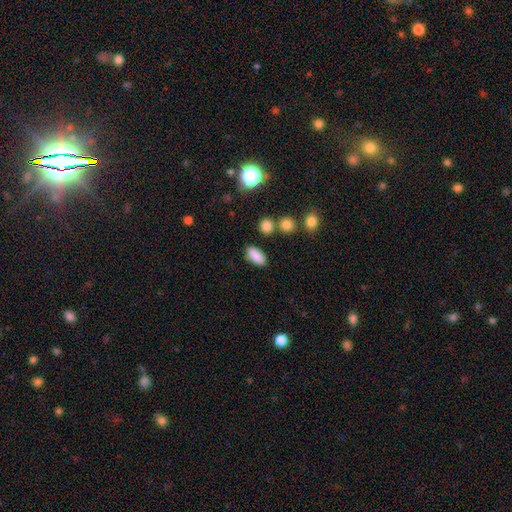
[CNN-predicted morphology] smooth-or-featured: smooth: 86% | star or artifact: 10% | featured or disk: 5%
  how-rounded: in between: 90% | cigar-shaped: 5% | round: 5%
  merging: none: 81% | minor disturbance: 12% | merger: 4% | major disturbance: 3%